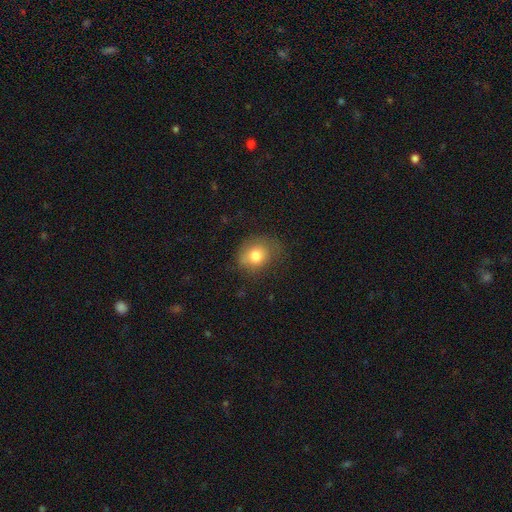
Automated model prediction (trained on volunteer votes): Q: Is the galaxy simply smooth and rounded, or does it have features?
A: smooth — 78%.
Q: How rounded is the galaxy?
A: round — 60%.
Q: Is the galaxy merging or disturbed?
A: none — 60%.